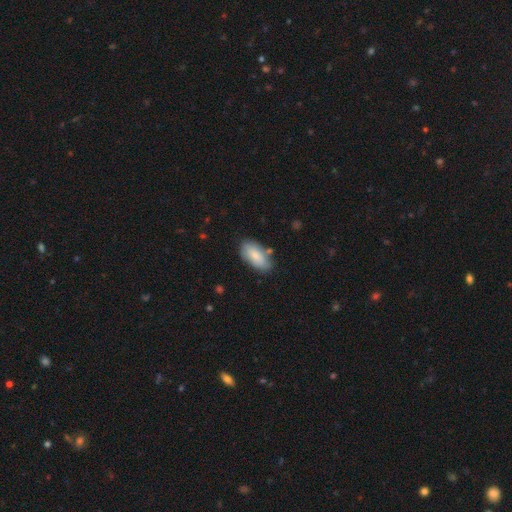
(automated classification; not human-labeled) Smooth or featured? smooth (82%)
How rounded? in between (92%)
Merging? none (74%)